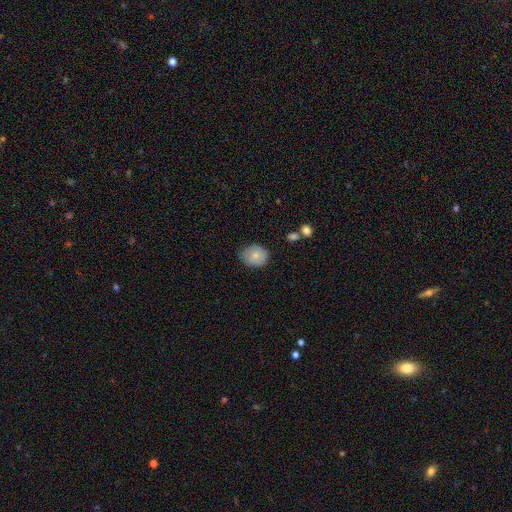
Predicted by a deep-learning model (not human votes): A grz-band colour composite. It shows a smooth galaxy with no disk features (79%) that is round (60%). Merging: none (75%).